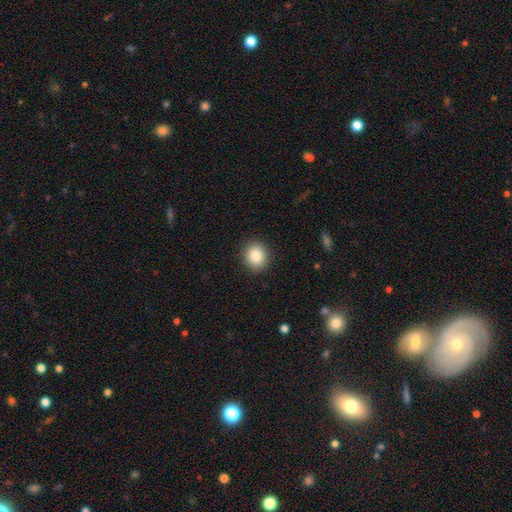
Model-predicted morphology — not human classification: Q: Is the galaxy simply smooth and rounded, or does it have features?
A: smooth — 86%.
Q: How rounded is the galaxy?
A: round — 75%.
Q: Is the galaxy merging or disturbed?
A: none — 90%.